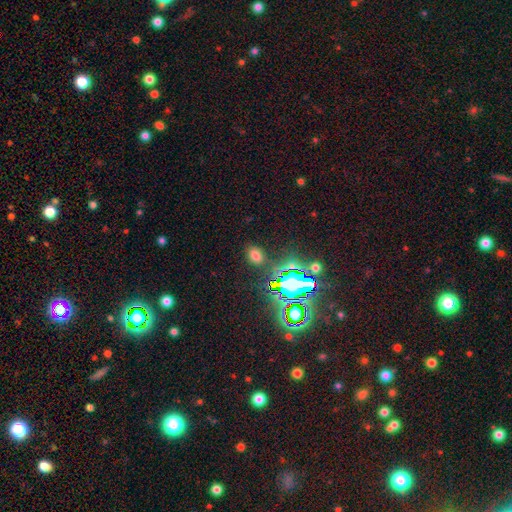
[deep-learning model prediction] A smooth galaxy with no disk features (63%) that is in between round and cigar-shaped (68%). Merging: none (82%).